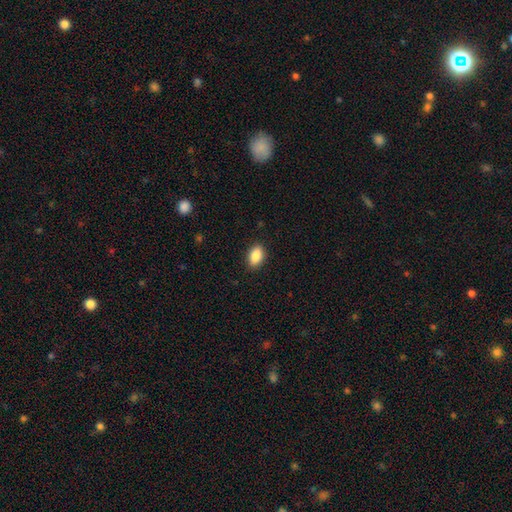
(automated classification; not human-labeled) Smooth or featured?
  - smooth: 88% *
  - star or artifact: 8%
  - featured or disk: 4%
How rounded?
  - in between: 89% *
  - round: 9%
  - cigar-shaped: 2%
Merging?
  - none: 89% *
  - minor disturbance: 8%
  - major disturbance: 2%
  - merger: 1%